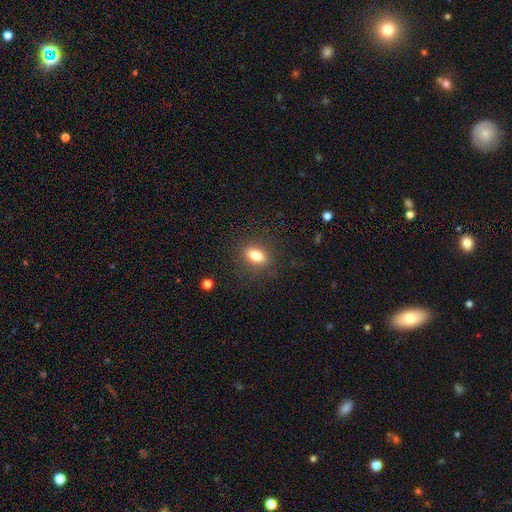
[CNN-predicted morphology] A smooth galaxy with no disk features (81%) that is in between round and cigar-shaped (82%).

Vote fractions:
- Smooth or featured? smooth: 81% / featured or disk: 10% / star or artifact: 9%
- How rounded? in between: 82% / round: 10% / cigar-shaped: 8%
- Merging? none: 85% / minor disturbance: 10% / major disturbance: 4% / merger: 1%